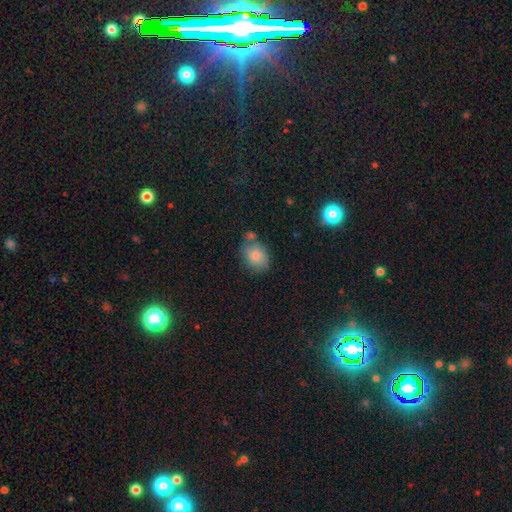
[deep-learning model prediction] Smooth or featured? Predicted: smooth (p=0.82). How rounded? Predicted: in between (p=0.60). Merging? Predicted: none (p=0.61).